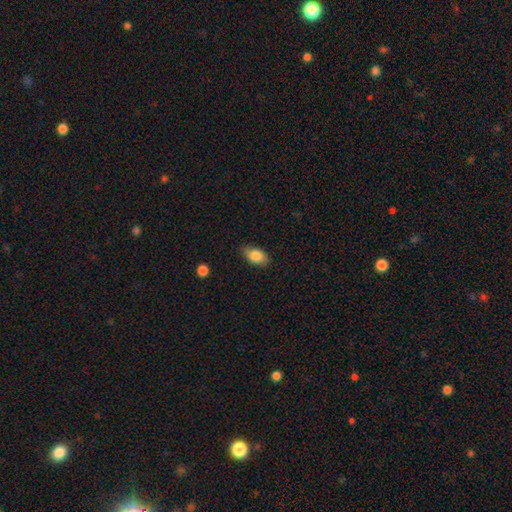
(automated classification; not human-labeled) smooth 83%, featured or disk 10%, star or artifact 7%. Down the decision tree: how rounded — in between (91%); merging — none (81%).